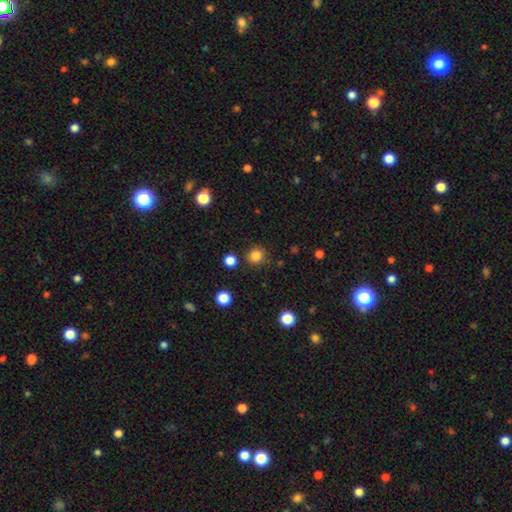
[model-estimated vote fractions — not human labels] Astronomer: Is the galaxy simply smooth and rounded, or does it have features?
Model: smooth — 83%.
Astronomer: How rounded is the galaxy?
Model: round — 91%.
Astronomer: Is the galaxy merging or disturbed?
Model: none — 86%.